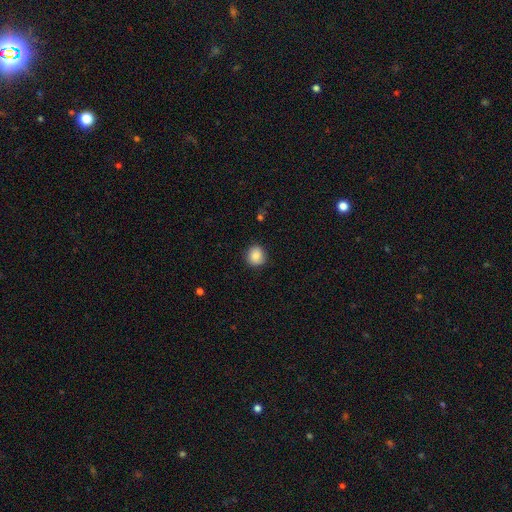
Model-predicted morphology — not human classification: smooth_or_featured: smooth (p=0.86) [alt: star or artifact p=0.08]
how_rounded: round (p=0.85) [alt: in between p=0.14]
merging: none (p=0.85) [alt: minor disturbance p=0.12]